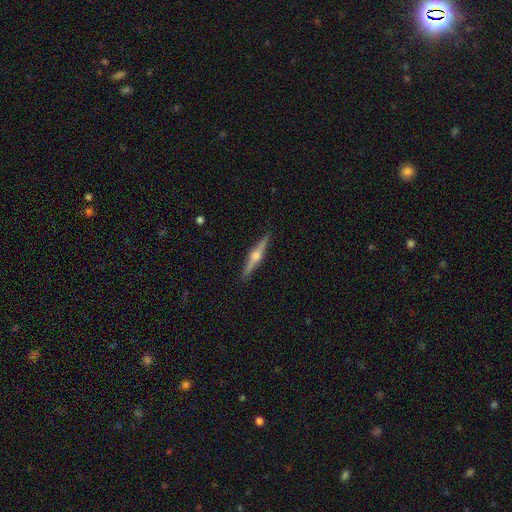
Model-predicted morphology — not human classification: The model was most divided on "smooth or featured": featured or disk: 79%, smooth: 15%, star or artifact: 5%. More confident: edge-on disk — yes (98%); edge-on bulge — rounded (94%); merging — none (91%).